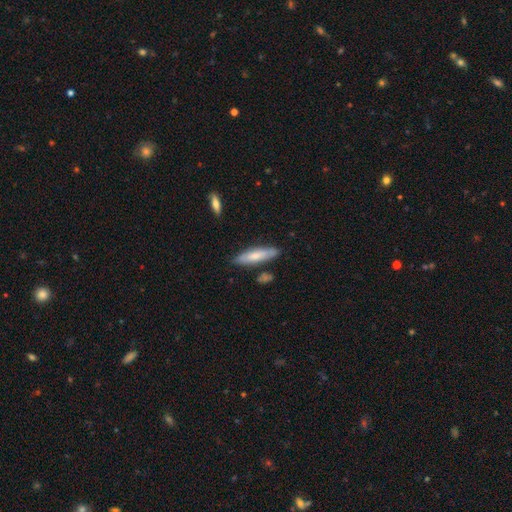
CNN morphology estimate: Smooth or featured: smooth — 70% (featured or disk — 25%)
How rounded: cigar-shaped — 70% (in between — 29%)
Merging: none — 82% (minor disturbance — 12%)